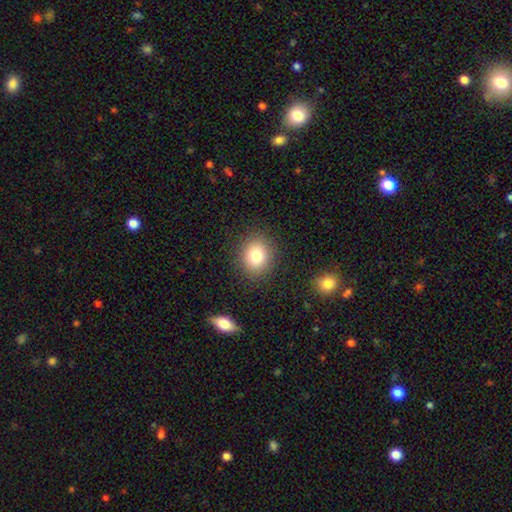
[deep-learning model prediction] smooth_or_featured: smooth (p=0.80) [alt: star or artifact p=0.11]
how_rounded: round (p=0.68) [alt: in between p=0.31]
merging: none (p=0.88) [alt: minor disturbance p=0.08]